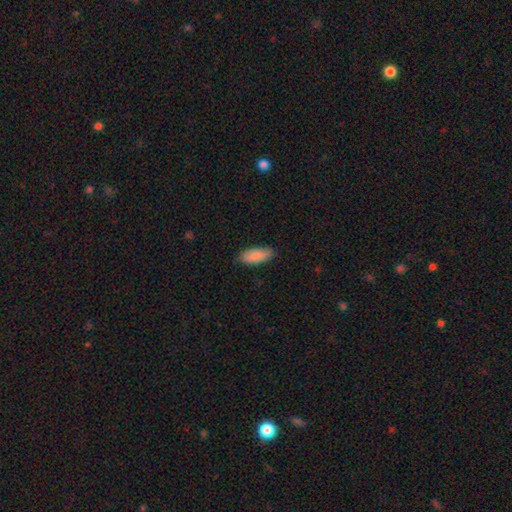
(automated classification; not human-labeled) A smooth galaxy with no disk features (86%) that is in between round and cigar-shaped (82%). Merging: none (81%).